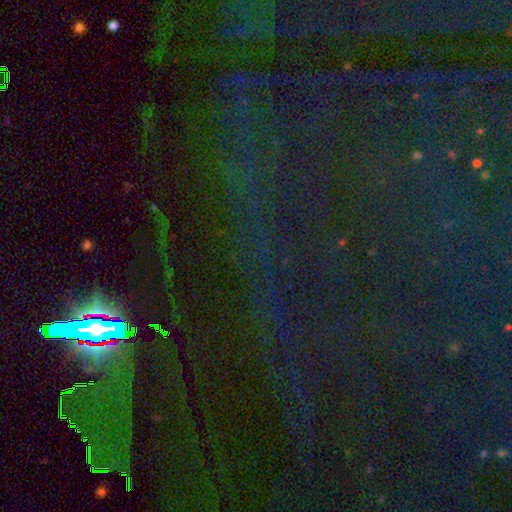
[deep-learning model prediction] smooth_or_featured: star or artifact (p=0.84) [alt: smooth p=0.08]